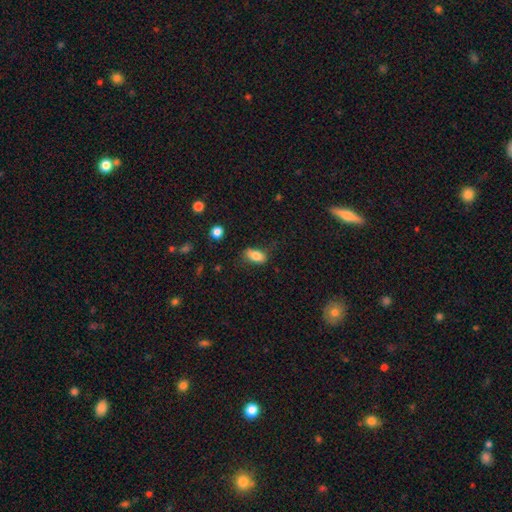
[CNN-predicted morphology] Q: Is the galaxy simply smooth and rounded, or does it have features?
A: smooth — 82%.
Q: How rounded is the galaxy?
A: in between — 87%.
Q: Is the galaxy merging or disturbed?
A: none — 71%.